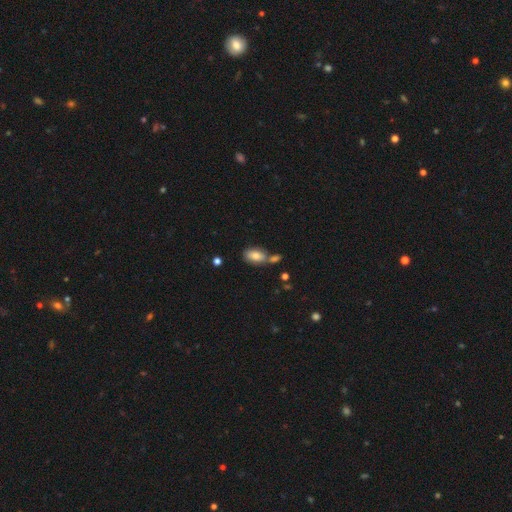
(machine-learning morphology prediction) type=smooth (78%); roundness=in between (90%); merging=none (54%).